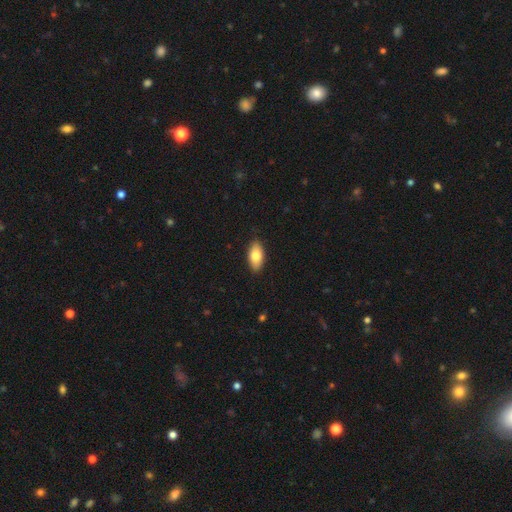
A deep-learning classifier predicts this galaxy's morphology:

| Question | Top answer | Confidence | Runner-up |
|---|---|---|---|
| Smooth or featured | smooth | 79% | featured or disk (14%) |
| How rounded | in between | 91% | cigar-shaped (5%) |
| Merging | none | 88% | minor disturbance (9%) |